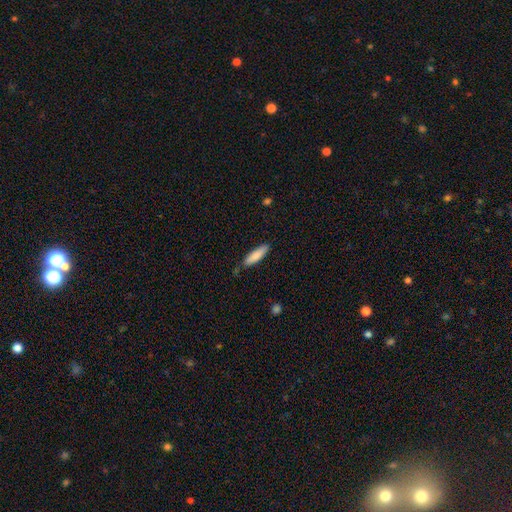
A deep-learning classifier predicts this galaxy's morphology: This appears to be a smooth galaxy with no disk features (83%) that is cigar-shaped (70%). Merging: none (82%).